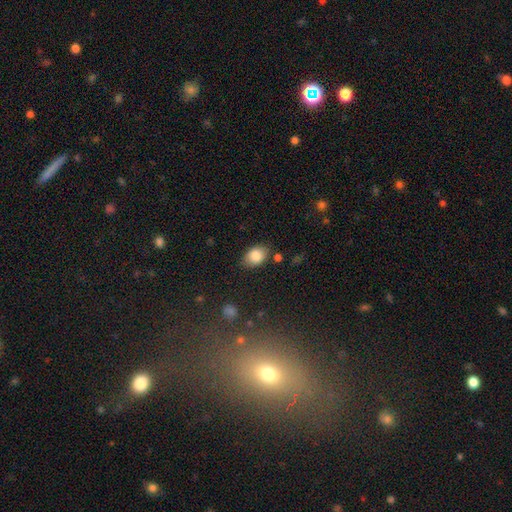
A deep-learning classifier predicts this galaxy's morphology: A smooth galaxy with no disk features (85%) that is in between round and cigar-shaped (78%).

Vote fractions:
- Smooth or featured? smooth: 85% / star or artifact: 8% / featured or disk: 7%
- How rounded? in between: 78% / round: 21% / cigar-shaped: 1%
- Merging? none: 78% / minor disturbance: 15% / major disturbance: 3% / merger: 3%